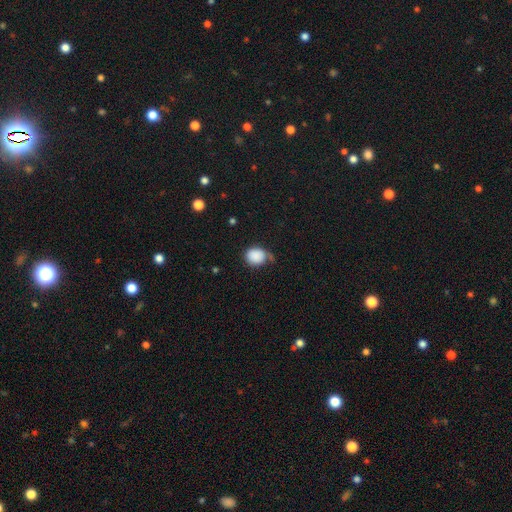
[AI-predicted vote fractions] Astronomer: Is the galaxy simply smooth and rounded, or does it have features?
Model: smooth — 87%.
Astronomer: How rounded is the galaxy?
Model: round — 60% (runner-up: in between, 39%).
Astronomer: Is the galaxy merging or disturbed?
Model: none — 49% (runner-up: minor disturbance, 34%).